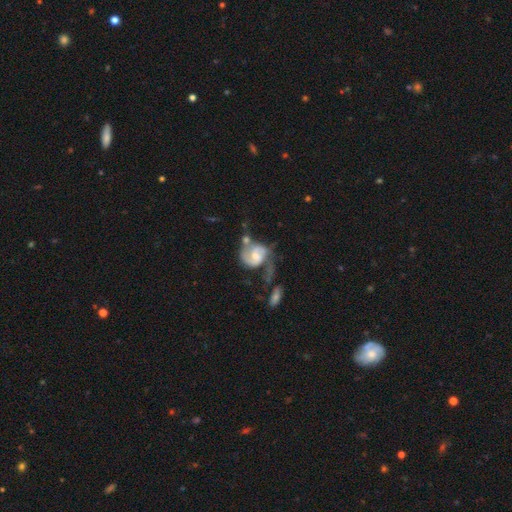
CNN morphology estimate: The model was most divided on "bar": no: 45%, weak: 44%, strong: 11%. Remaining: edge-on disk — no (98%); spiral arms — yes (93%); spiral arm count — 2 (81%); smooth or featured — featured or disk (80%); bulge size — moderate (52%); spiral winding — medium (47%); merging — none (32%).